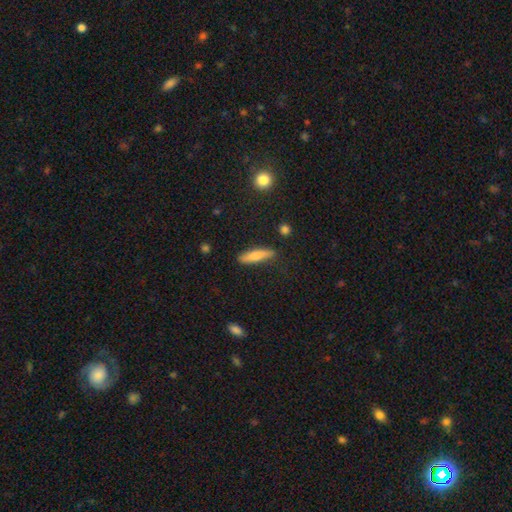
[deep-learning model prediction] The model was most divided on "how rounded": cigar-shaped: 76%, in between: 22%, round: 2%. More confident: merging — none (85%); smooth or featured — smooth (77%).